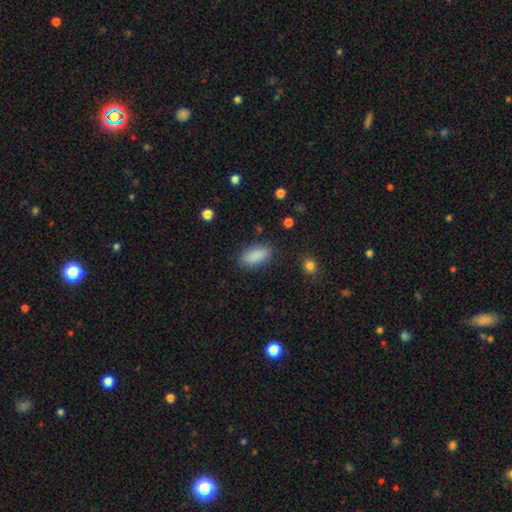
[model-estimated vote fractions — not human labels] This appears to be a smooth galaxy with no disk features (89%) that is in between round and cigar-shaped (88%). Merging: none (85%).